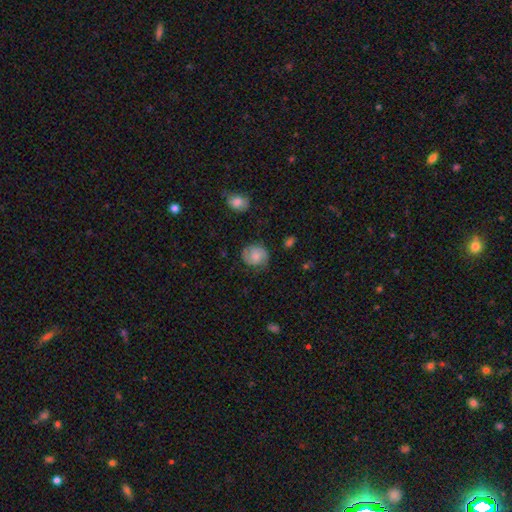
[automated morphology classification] type=featured or disk (51%); edge-on=no (98%); merging=none (74%).